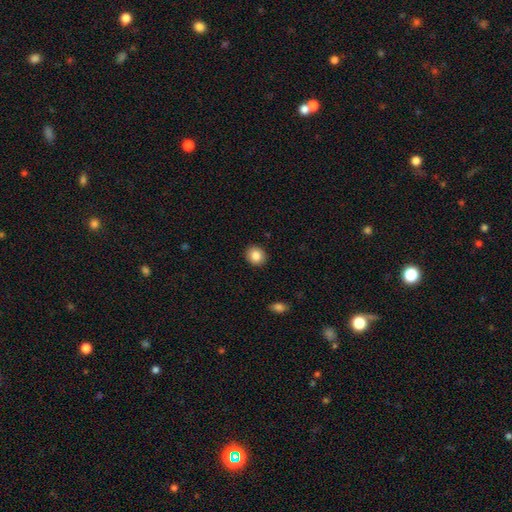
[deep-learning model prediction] The model was most divided on "how rounded": round: 80%, in between: 19%, cigar-shaped: 1%. More confident: merging — none (91%); smooth or featured — smooth (85%).